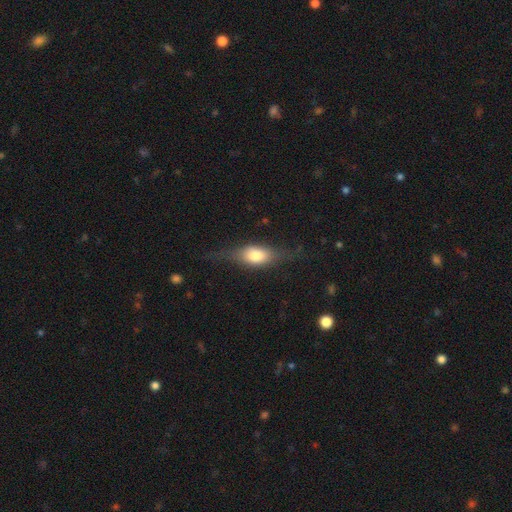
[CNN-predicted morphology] Smooth or featured: smooth — 55% (featured or disk — 37%)
How rounded: in between — 65% (cigar-shaped — 21%)
Merging: none — 66% (minor disturbance — 21%)